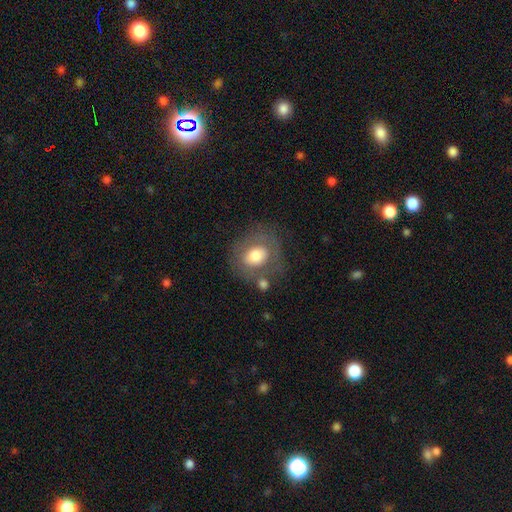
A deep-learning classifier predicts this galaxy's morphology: smooth 62%, featured or disk 30%, star or artifact 8%. Down the decision tree: how rounded — round (66%); merging — none (62%).